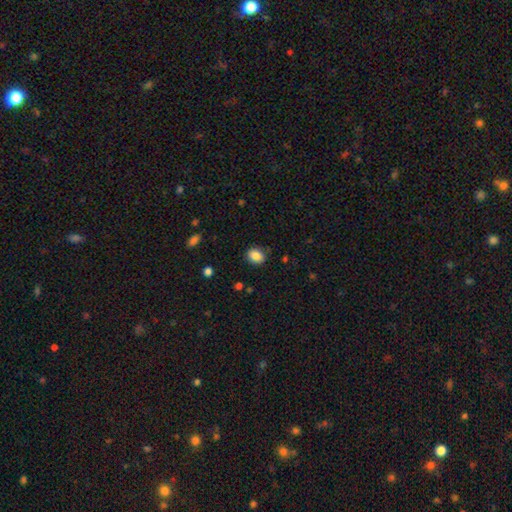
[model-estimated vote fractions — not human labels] This is clearly a smooth galaxy (87%). How rounded: possibly round (50%). Merging: clearly none (86%).